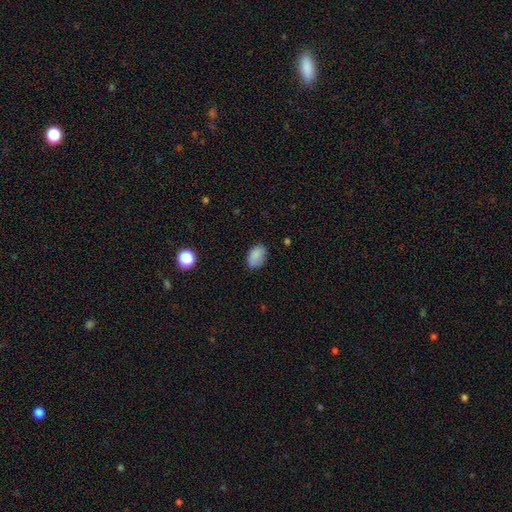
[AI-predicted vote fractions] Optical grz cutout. It shows a smooth galaxy with no disk features (84%) that is in between round and cigar-shaped (85%). Merging: none (72%).